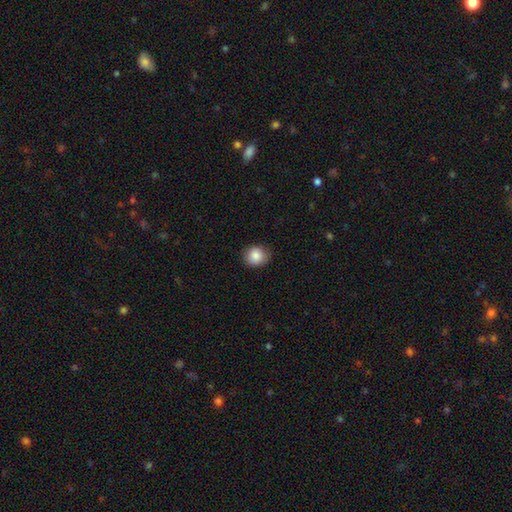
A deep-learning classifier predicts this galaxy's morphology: Smooth or featured? smooth (86%)
How rounded? round (78%)
Merging? none (86%)